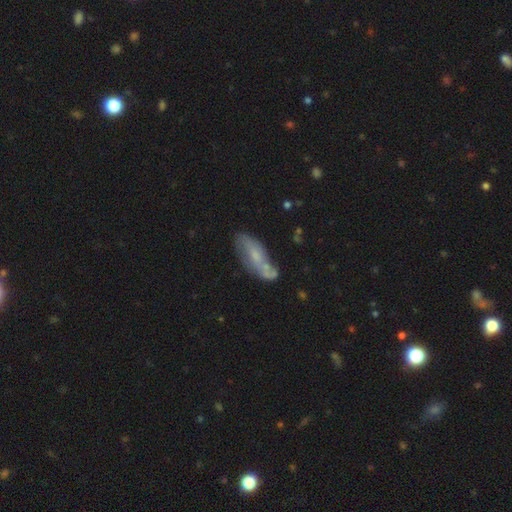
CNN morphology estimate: Smooth or featured?
  - featured or disk: 49% *
  - smooth: 43%
  - star or artifact: 8%
Merging?
  - none: 57% *
  - minor disturbance: 24%
  - major disturbance: 9%
  - merger: 9%